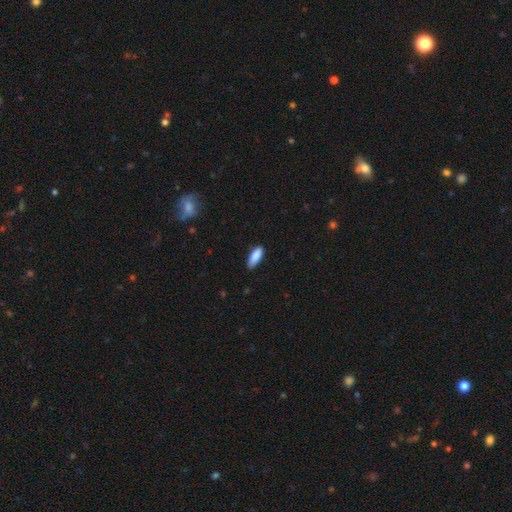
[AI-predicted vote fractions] smooth 88%, star or artifact 6%, featured or disk 6%. Down the decision tree: how rounded — in between (73%); merging — none (80%).